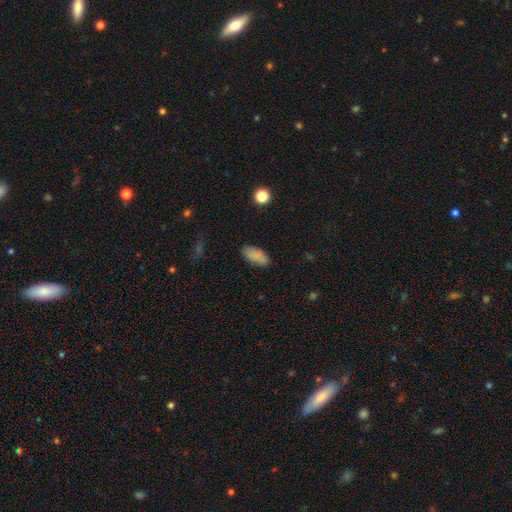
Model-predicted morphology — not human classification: smooth 84%, star or artifact 8%, featured or disk 7%. Down the decision tree: how rounded — in between (90%); merging — none (81%).